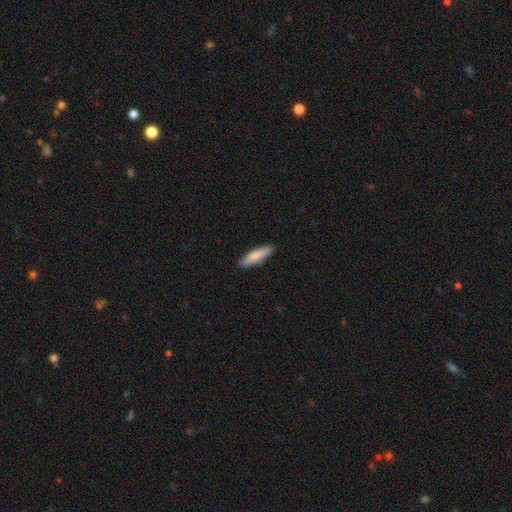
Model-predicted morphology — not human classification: This is clearly a smooth galaxy (81%). How rounded: likely cigar-shaped (70%). Merging: clearly none (89%).